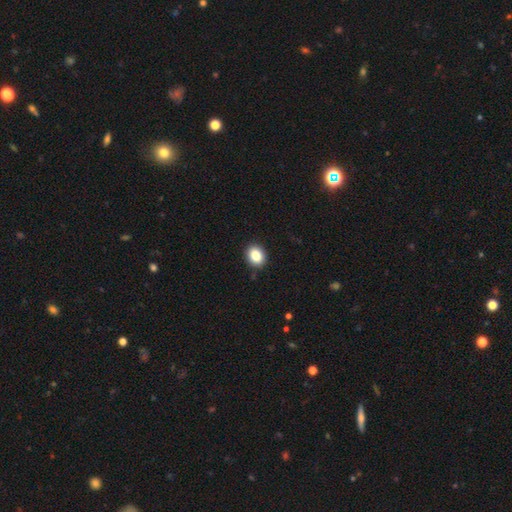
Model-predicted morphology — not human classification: smooth 86%, star or artifact 9%, featured or disk 5%. Down the decision tree: how rounded — in between (50%); merging — none (91%).